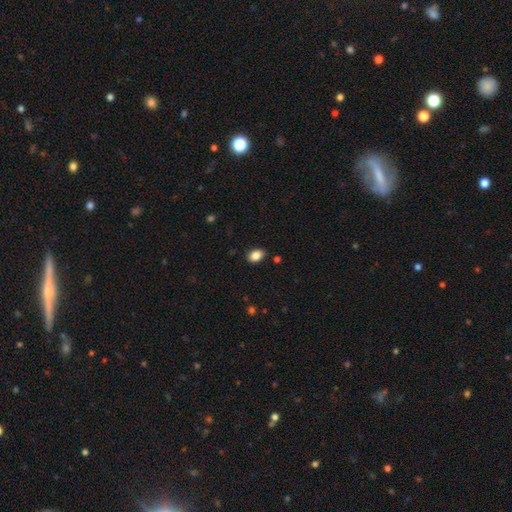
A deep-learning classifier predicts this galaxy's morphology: smooth_or_featured: smooth (p=0.86) [alt: star or artifact p=0.09]
how_rounded: in between (p=0.82) [alt: round p=0.17]
merging: none (p=0.87) [alt: minor disturbance p=0.10]